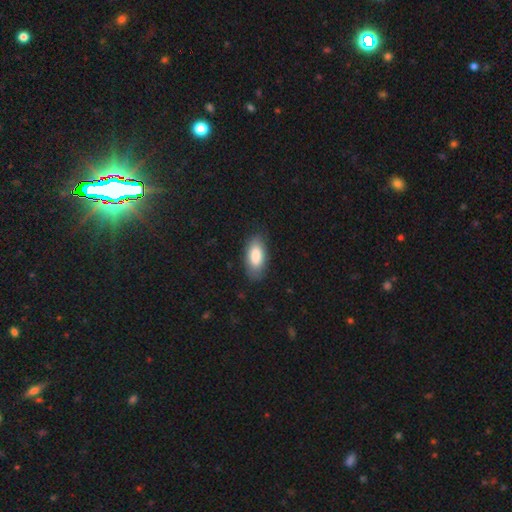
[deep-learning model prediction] smooth-or-featured: smooth: 85% | featured or disk: 9% | star or artifact: 6%
  how-rounded: in between: 92% | cigar-shaped: 6% | round: 2%
  merging: none: 81% | minor disturbance: 14% | major disturbance: 3% | merger: 1%